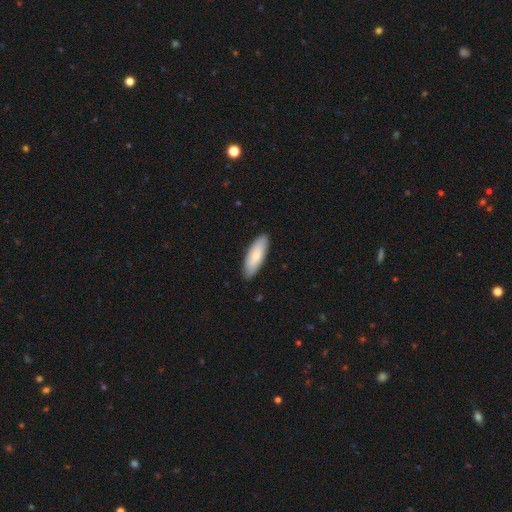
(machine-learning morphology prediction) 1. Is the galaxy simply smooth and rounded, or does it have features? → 77% smooth, 18% featured or disk, 5% star or artifact.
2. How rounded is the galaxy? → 65% in between, 33% cigar-shaped, 2% round.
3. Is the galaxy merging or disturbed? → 88% none, 9% minor disturbance, 2% major disturbance, 1% merger.